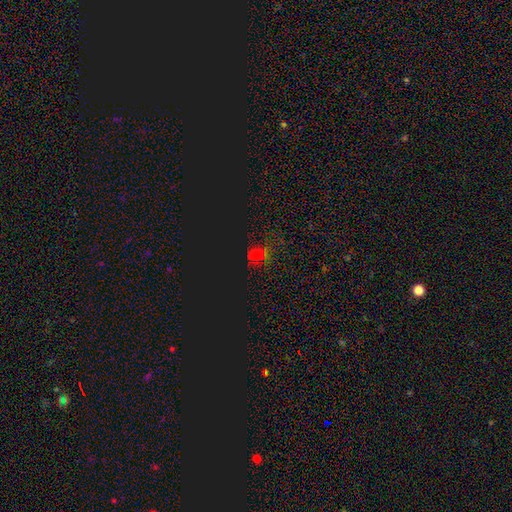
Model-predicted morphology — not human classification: A star or artifact, not a galaxy (62%).

Vote fractions:
- Smooth or featured? star or artifact: 62% / smooth: 30% / featured or disk: 8%